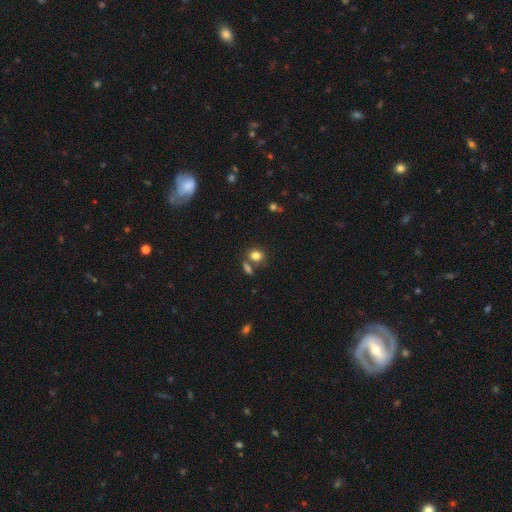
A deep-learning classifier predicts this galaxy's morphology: smooth-or-featured: smooth: 81% | star or artifact: 11% | featured or disk: 8%
  how-rounded: in between: 54% | round: 44% | cigar-shaped: 2%
  merging: none: 62% | merger: 22% | minor disturbance: 12% | major disturbance: 4%